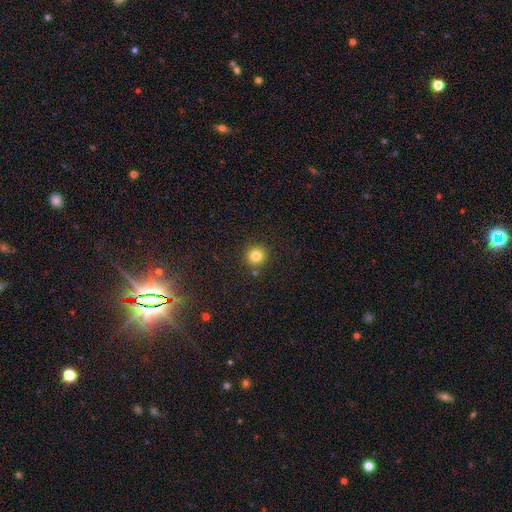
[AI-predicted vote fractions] smooth_or_featured: smooth (p=0.82) [alt: star or artifact p=0.12]
how_rounded: round (p=0.93) [alt: in between p=0.06]
merging: none (p=0.86) [alt: minor disturbance p=0.07]